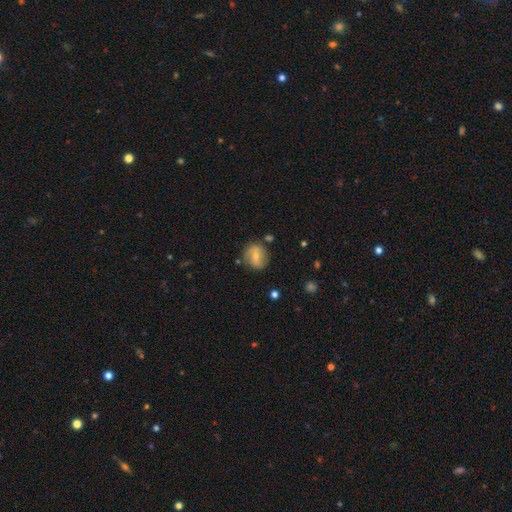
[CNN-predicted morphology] type=smooth (49%); merging=none (76%).